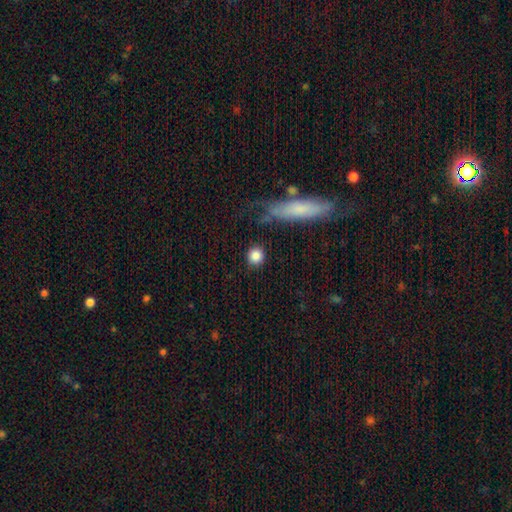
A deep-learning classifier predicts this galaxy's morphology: Smooth or featured? smooth (85%)
How rounded? round (90%)
Merging? none (85%)